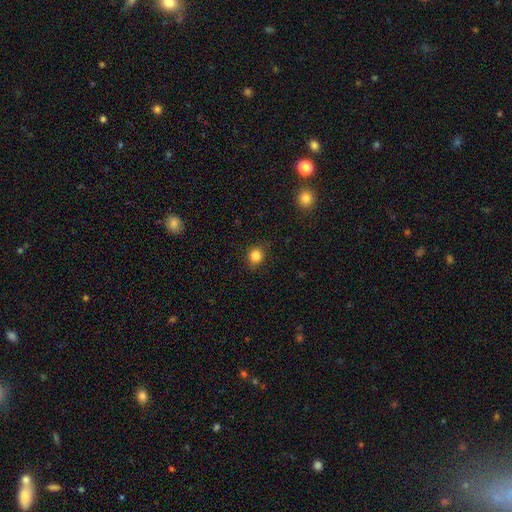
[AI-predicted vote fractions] This appears to be a smooth galaxy with no disk features (84%) that is round (82%). Merging: none (86%).